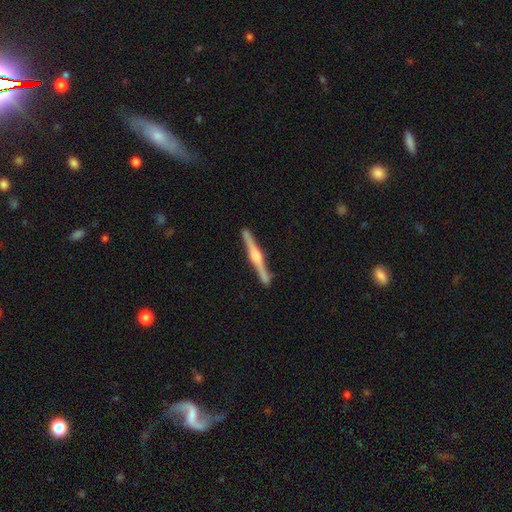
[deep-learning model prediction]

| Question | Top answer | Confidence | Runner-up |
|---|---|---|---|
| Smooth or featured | featured or disk | 82% | smooth (13%) |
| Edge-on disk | yes | 98% | no (2%) |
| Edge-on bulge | rounded | 83% | boxy (12%) |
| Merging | none | 90% | minor disturbance (7%) |